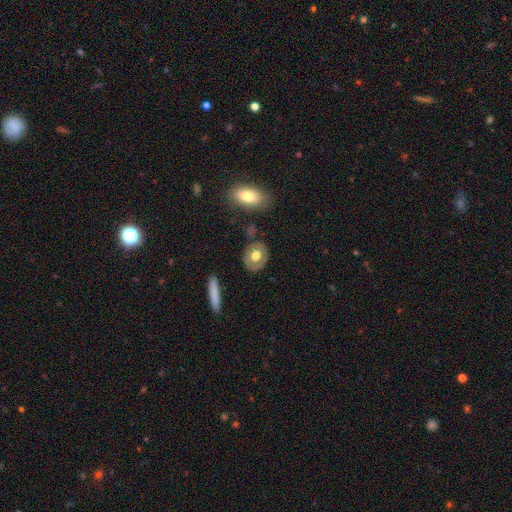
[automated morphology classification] Smooth or featured?
  - smooth: 56% *
  - featured or disk: 37%
  - star or artifact: 6%
How rounded?
  - round: 52% *
  - in between: 47%
  - cigar-shaped: 2%
Merging?
  - none: 81% *
  - minor disturbance: 12%
  - major disturbance: 4%
  - merger: 3%